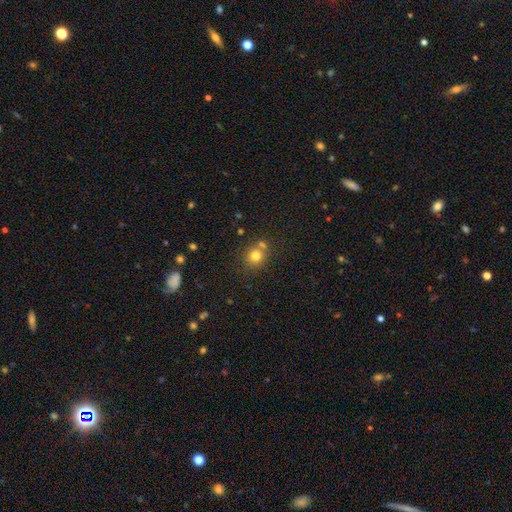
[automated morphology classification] A smooth galaxy with no disk features (77%) that is round (80%). Merging: none (64%).